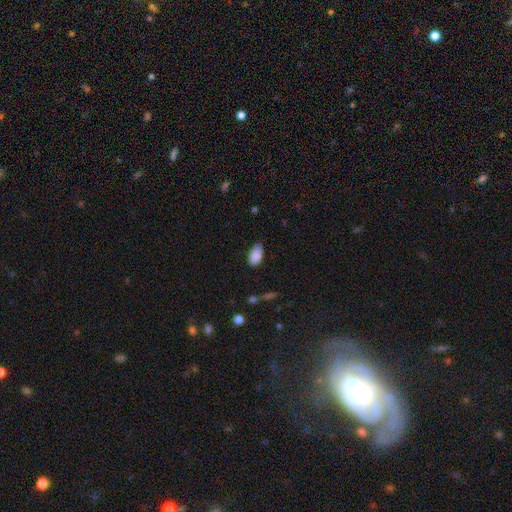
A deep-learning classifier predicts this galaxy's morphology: Smooth or featured: smooth — 88% (star or artifact — 7%)
How rounded: in between — 94% (round — 3%)
Merging: none — 74% (minor disturbance — 21%)